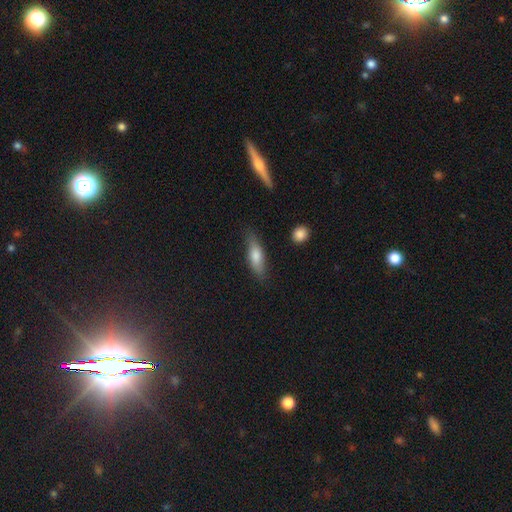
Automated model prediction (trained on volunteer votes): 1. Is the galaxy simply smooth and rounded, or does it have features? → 67% smooth, 25% featured or disk, 8% star or artifact.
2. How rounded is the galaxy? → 54% cigar-shaped, 44% in between, 3% round.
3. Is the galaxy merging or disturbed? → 78% none, 16% minor disturbance, 3% major disturbance, 2% merger.